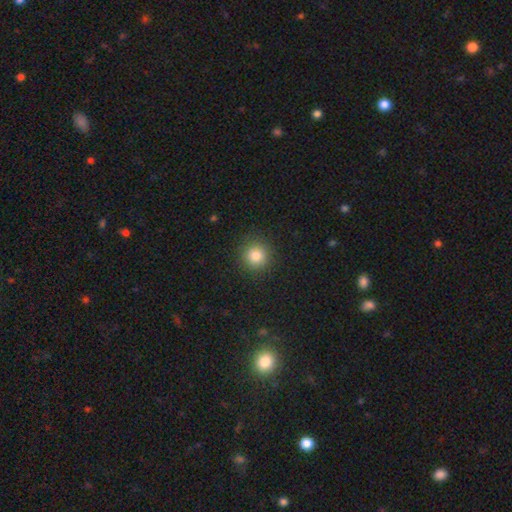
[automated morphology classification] smooth_or_featured: smooth (p=0.83) [alt: star or artifact p=0.12]
how_rounded: round (p=0.94) [alt: in between p=0.05]
merging: none (p=0.91) [alt: minor disturbance p=0.06]